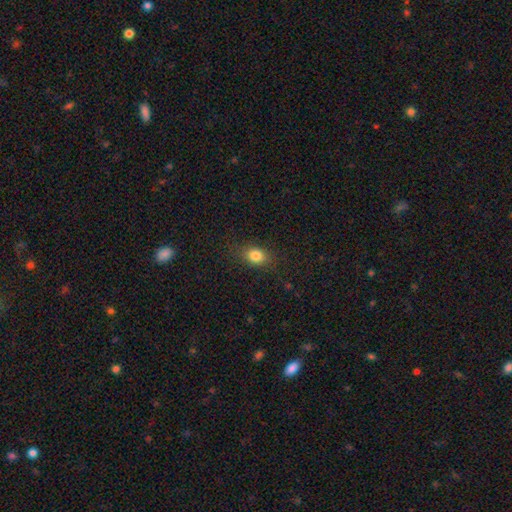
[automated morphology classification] Q: Smooth or featured?
A: smooth (82%); runner-up: star or artifact (11%)
Q: How rounded?
A: in between (65%); runner-up: round (32%)
Q: Merging?
A: none (83%); runner-up: minor disturbance (12%)